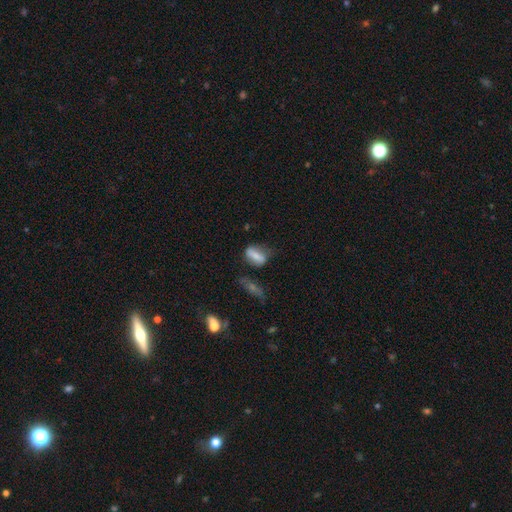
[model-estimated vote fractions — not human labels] Morphology: type=smooth (63%); roundness=in between (77%); merging=none (53%).